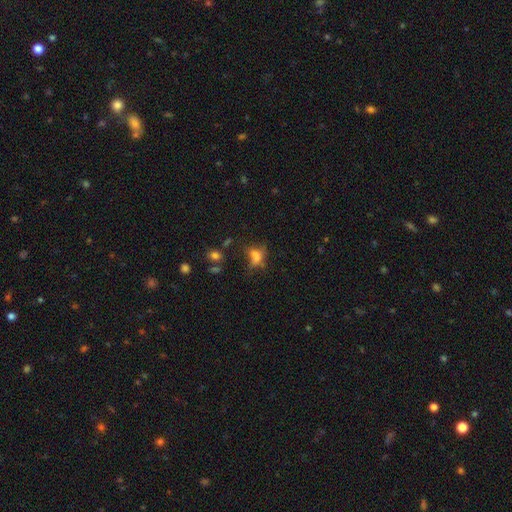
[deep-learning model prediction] Smooth or featured? smooth (60%)
How rounded? in between (65%)
Merging? none (38%)